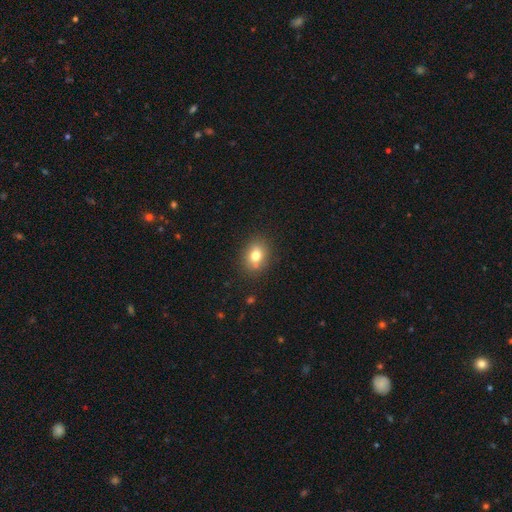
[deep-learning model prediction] Morphology: type=smooth (77%); roundness=round (50%); merging=none (80%).